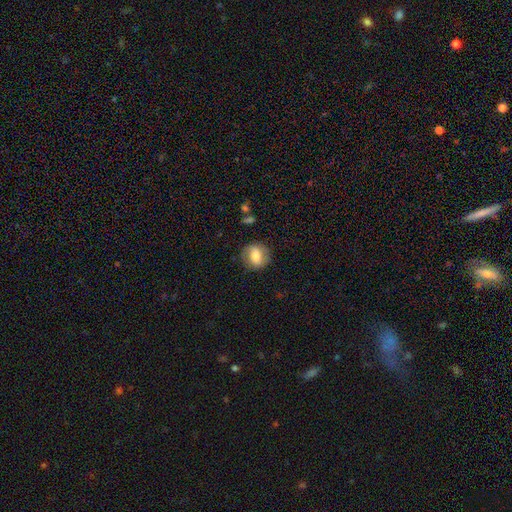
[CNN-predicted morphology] Overall: smooth (64%; featured or disk 28%). How rounded: round (74%). Merging: none (82%).